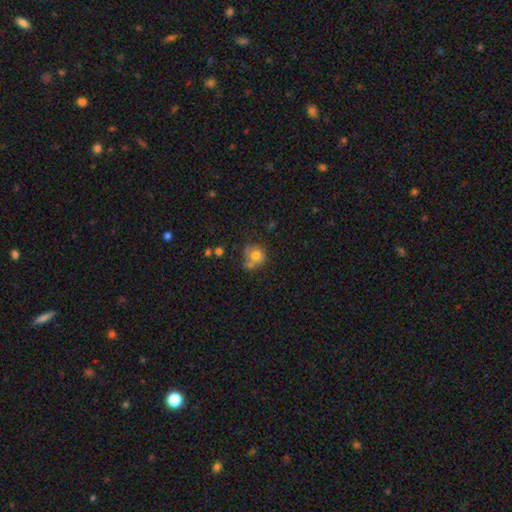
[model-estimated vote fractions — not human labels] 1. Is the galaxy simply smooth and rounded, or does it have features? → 73% smooth, 17% featured or disk, 10% star or artifact.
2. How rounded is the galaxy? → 80% round, 19% in between, 1% cigar-shaped.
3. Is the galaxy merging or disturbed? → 45% none, 28% merger, 18% minor disturbance, 8% major disturbance.